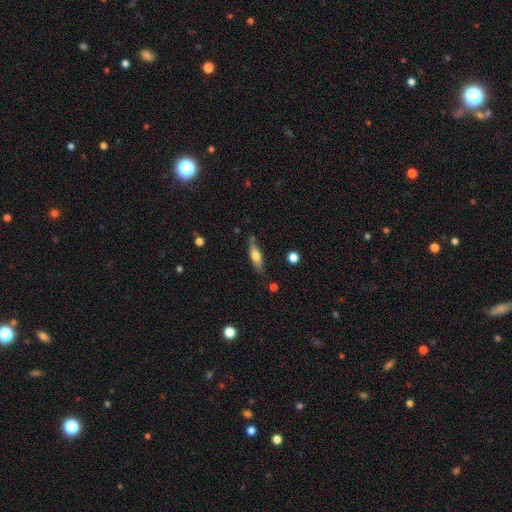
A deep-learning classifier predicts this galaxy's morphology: A smooth galaxy with no disk features (57%) that is cigar-shaped (60%).

Vote fractions:
- Smooth or featured? smooth: 57% / featured or disk: 37% / star or artifact: 6%
- How rounded? cigar-shaped: 60% / in between: 38% / round: 2%
- Merging? none: 79% / minor disturbance: 15% / major disturbance: 3% / merger: 3%